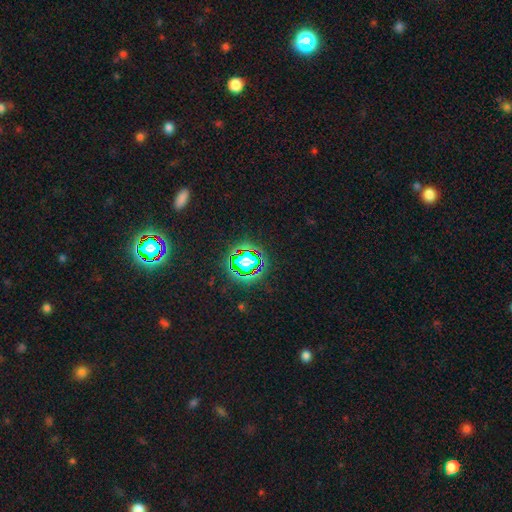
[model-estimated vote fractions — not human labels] Smooth or featured? Predicted: star or artifact (p=0.67).